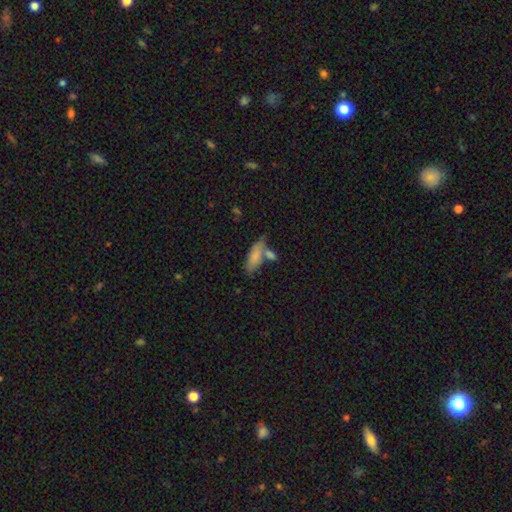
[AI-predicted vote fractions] smooth_or_featured: smooth (p=0.78) [alt: featured or disk p=0.15]
how_rounded: in between (p=0.67) [alt: cigar-shaped p=0.31]
merging: none (p=0.45) [alt: merger p=0.32]